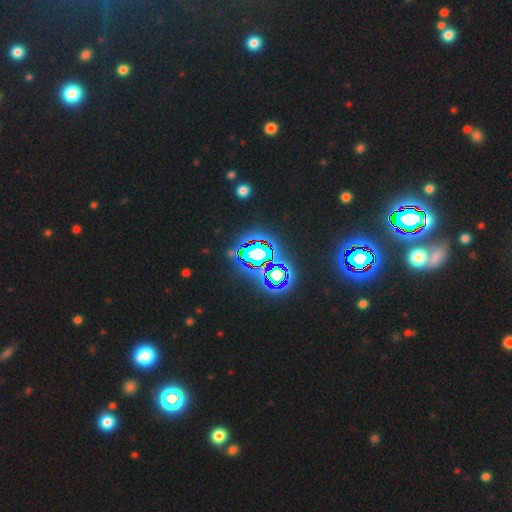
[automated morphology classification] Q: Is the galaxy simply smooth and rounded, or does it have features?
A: star or artifact — 83%.